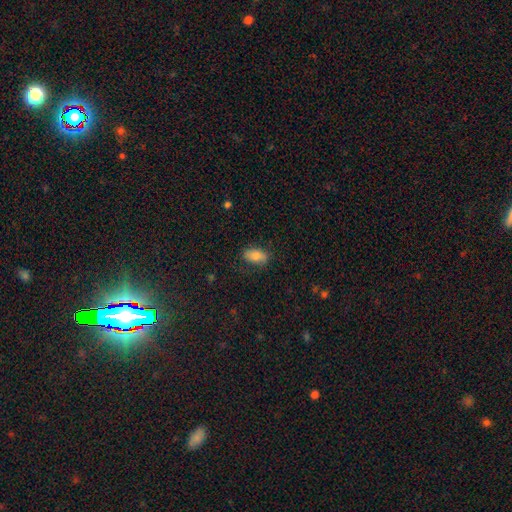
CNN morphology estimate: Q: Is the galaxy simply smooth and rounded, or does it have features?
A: smooth — 78%.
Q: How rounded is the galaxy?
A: in between — 92%.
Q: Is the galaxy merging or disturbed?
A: none — 78%.